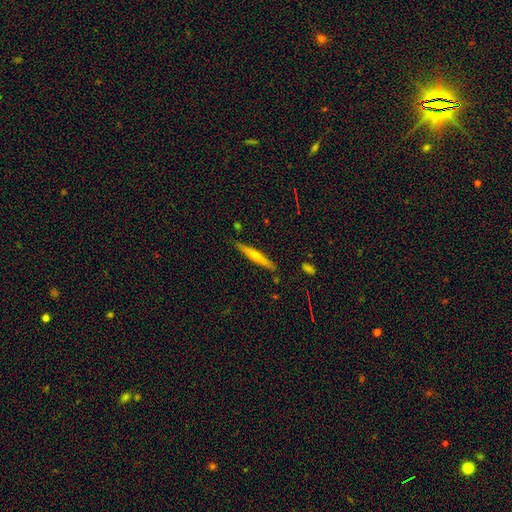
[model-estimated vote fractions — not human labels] smooth_or_featured: smooth (p=0.51) [alt: featured or disk p=0.42]
how_rounded: cigar-shaped (p=0.95) [alt: in between p=0.04]
merging: none (p=0.87) [alt: minor disturbance p=0.10]